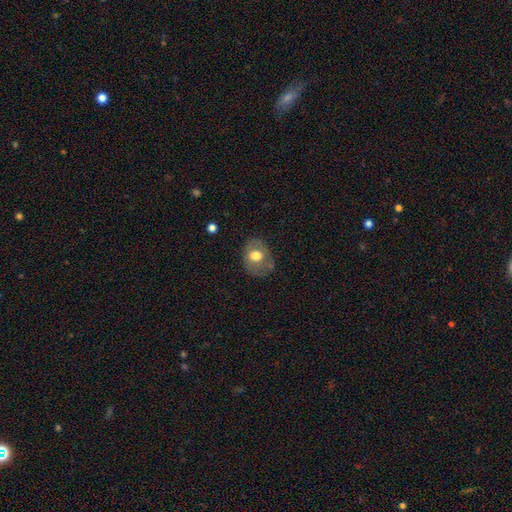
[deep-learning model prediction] smooth 63%, featured or disk 29%, star or artifact 8%. Down the decision tree: how rounded — in between (51%); merging — none (66%).